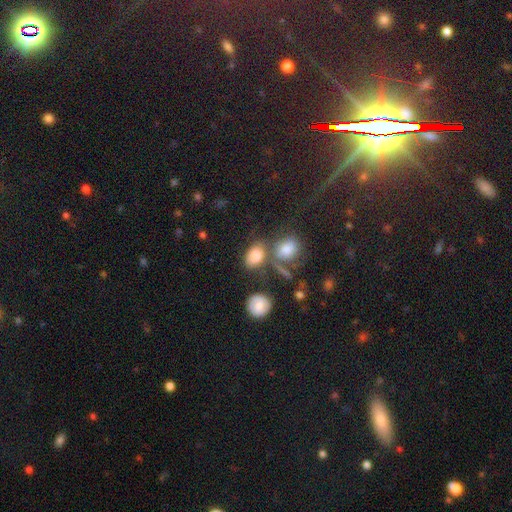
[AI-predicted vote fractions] Smooth or featured?
  - smooth: 78% *
  - star or artifact: 11%
  - featured or disk: 11%
How rounded?
  - in between: 78% *
  - round: 20%
  - cigar-shaped: 2%
Merging?
  - none: 50% *
  - merger: 28%
  - minor disturbance: 14%
  - major disturbance: 8%